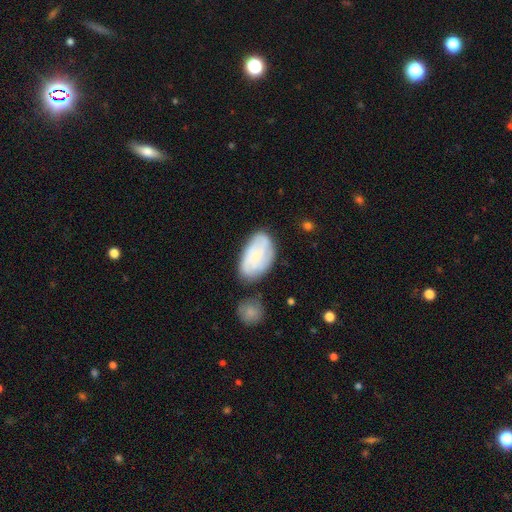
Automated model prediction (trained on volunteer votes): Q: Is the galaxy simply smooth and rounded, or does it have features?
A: smooth — 52%.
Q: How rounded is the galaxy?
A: in between — 93%.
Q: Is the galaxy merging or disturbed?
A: none — 59%.